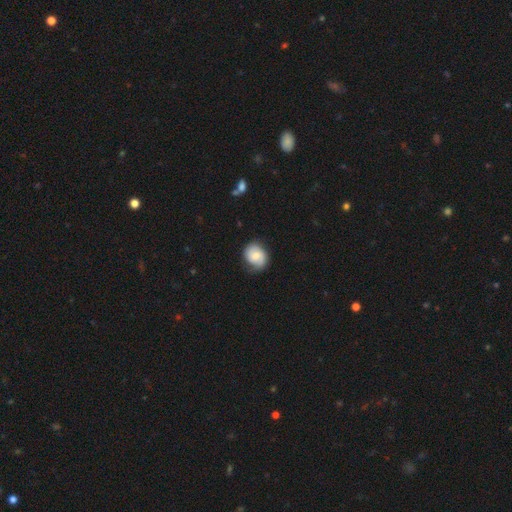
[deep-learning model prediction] The model was most divided on "how rounded": round: 54%, in between: 45%, cigar-shaped: 1%. More confident: merging — none (70%); smooth or featured — smooth (57%).